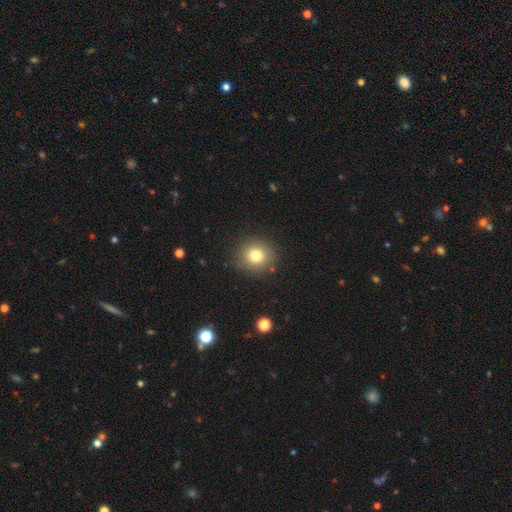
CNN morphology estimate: A smooth galaxy with no disk features (78%) that is round (89%). Merging: none (88%).